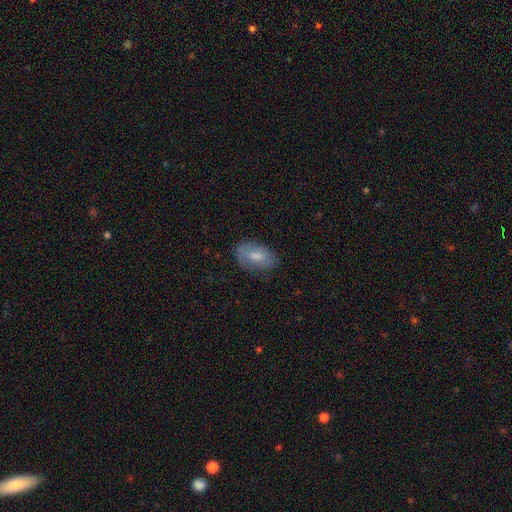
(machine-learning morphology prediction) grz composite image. It shows a smooth galaxy with no disk features (67%) that is in between round and cigar-shaped (90%). Merging: none (73%).